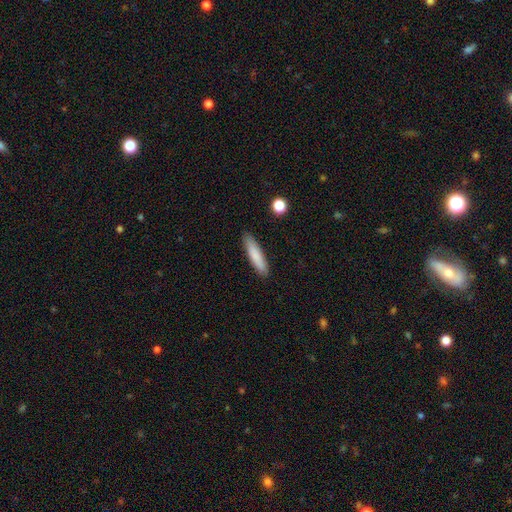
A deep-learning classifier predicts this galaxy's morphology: smooth-or-featured: smooth: 82% | featured or disk: 12% | star or artifact: 6%
  how-rounded: cigar-shaped: 84% | in between: 15% | round: 1%
  merging: none: 89% | minor disturbance: 8% | major disturbance: 2% | merger: 1%